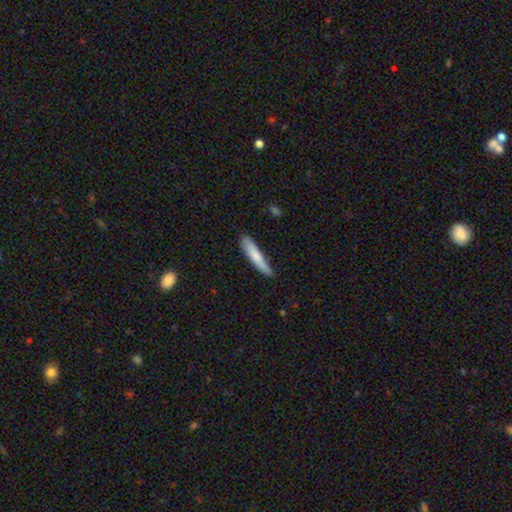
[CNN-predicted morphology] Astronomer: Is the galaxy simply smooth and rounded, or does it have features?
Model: smooth — 75%.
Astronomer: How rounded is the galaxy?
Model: cigar-shaped — 89%.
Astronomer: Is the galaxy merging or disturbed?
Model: none — 77%.